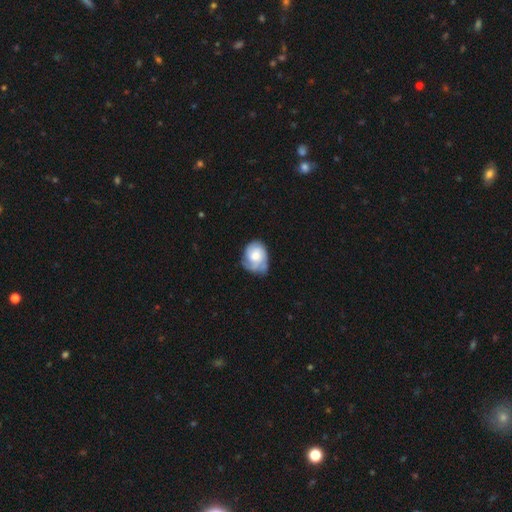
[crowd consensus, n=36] Smooth or featured? smooth (56%)
How rounded? in between (70%)
Merging? none (53%)